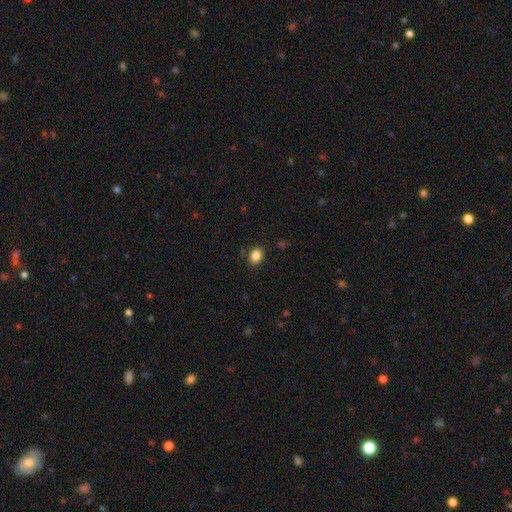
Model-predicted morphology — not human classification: This is clearly a smooth galaxy (85%). How rounded: possibly in between (59%). Merging: clearly none (86%).